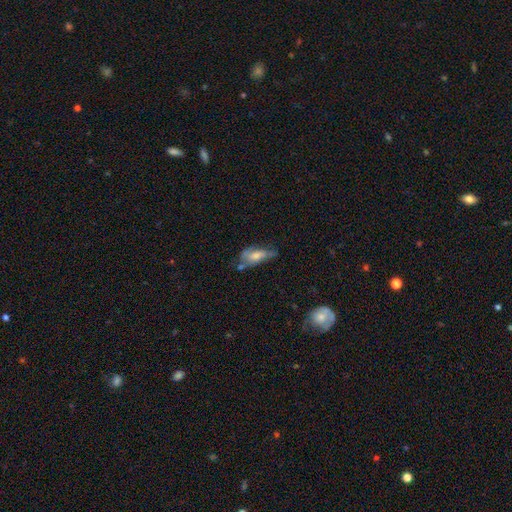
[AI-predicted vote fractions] smooth-or-featured: smooth: 54% | featured or disk: 38% | star or artifact: 8%
  how-rounded: in between: 76% | cigar-shaped: 21% | round: 3%
  merging: none: 35% | minor disturbance: 32% | major disturbance: 20% | merger: 13%